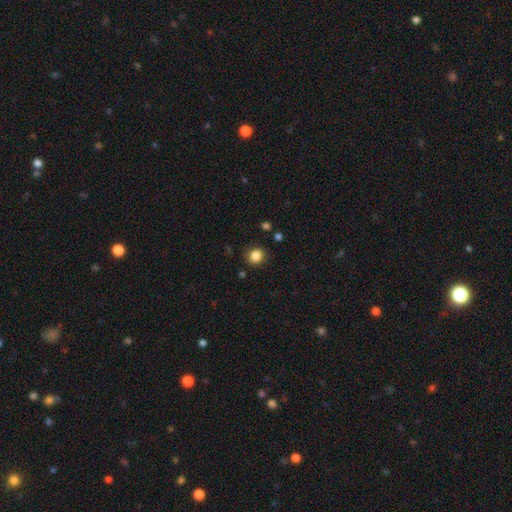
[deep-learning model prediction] smooth-or-featured: smooth: 85% | star or artifact: 11% | featured or disk: 4%
  how-rounded: round: 81% | in between: 18% | cigar-shaped: 1%
  merging: none: 88% | minor disturbance: 8% | major disturbance: 2% | merger: 2%